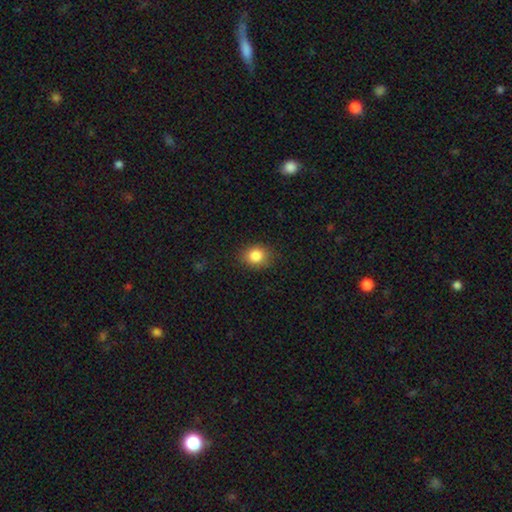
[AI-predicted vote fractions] The model was most divided on "how rounded": round: 58%, in between: 41%, cigar-shaped: 1%. More confident: smooth or featured — smooth (85%); merging — none (84%).